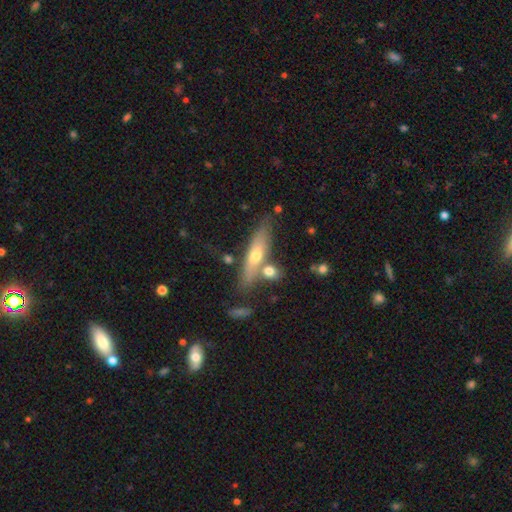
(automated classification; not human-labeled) Smooth or featured? smooth (50%)
How rounded? cigar-shaped (71%)
Merging? none (68%)